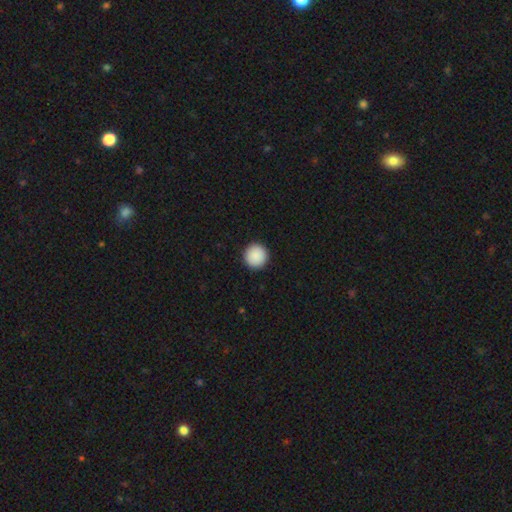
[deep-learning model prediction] smooth_or_featured: smooth (p=0.90) [alt: star or artifact p=0.07]
how_rounded: round (p=0.96) [alt: in between p=0.03]
merging: none (p=0.94) [alt: minor disturbance p=0.04]